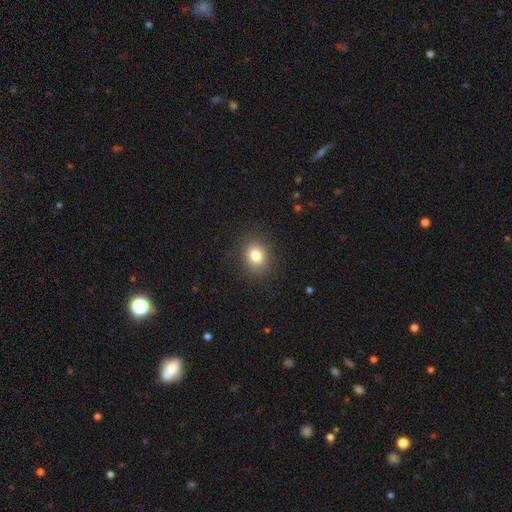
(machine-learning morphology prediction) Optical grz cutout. It shows a smooth galaxy with no disk features (81%) that is round (65%). Merging: none (88%).